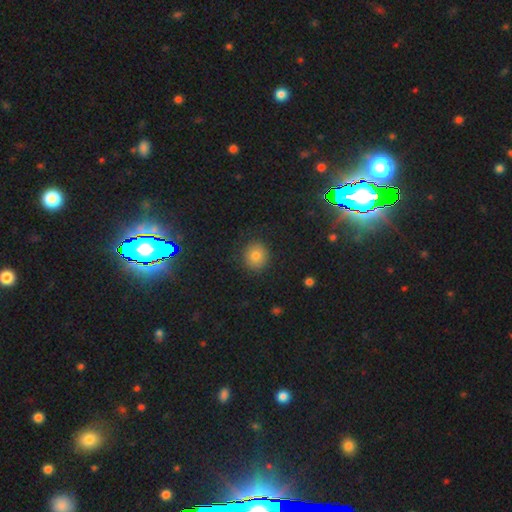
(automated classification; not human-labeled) This appears to be a smooth galaxy with no disk features (78%) that is round (87%). Merging: none (88%).